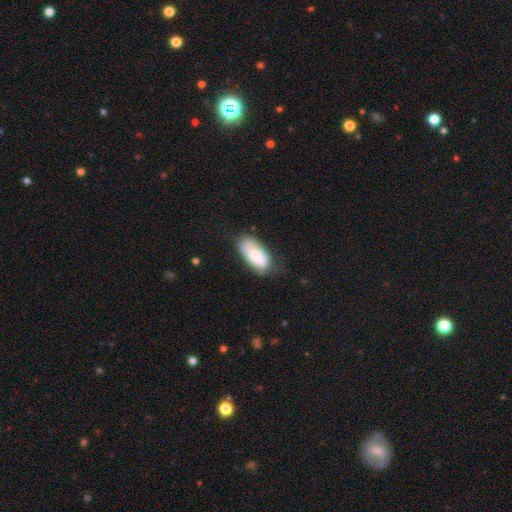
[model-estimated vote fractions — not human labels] Smooth or featured? smooth (72%)
How rounded? in between (92%)
Merging? none (60%)